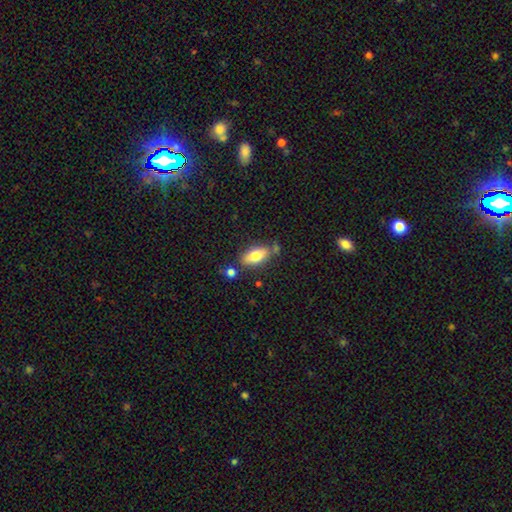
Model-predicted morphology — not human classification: type=smooth (76%); roundness=in between (86%); merging=none (70%).